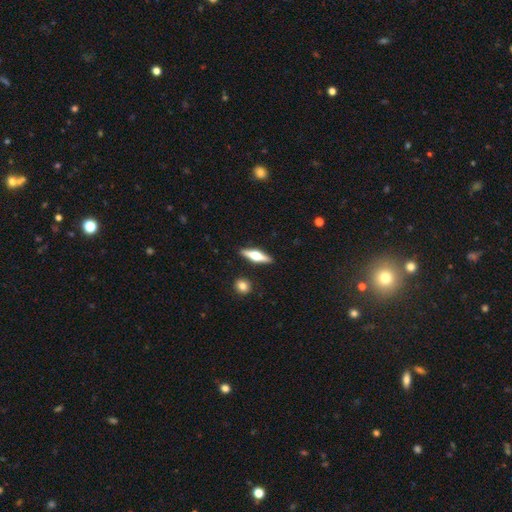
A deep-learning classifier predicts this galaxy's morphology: A featured or disk galaxy (57%) viewed edge-on (96%) with a rounded central bulge (93%). Merging: none (89%).